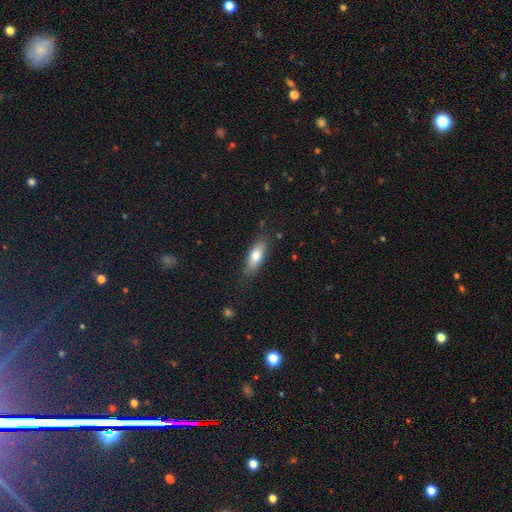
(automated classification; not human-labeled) A smooth galaxy with no disk features (74%) that is in between round and cigar-shaped (66%). Merging: none (81%).